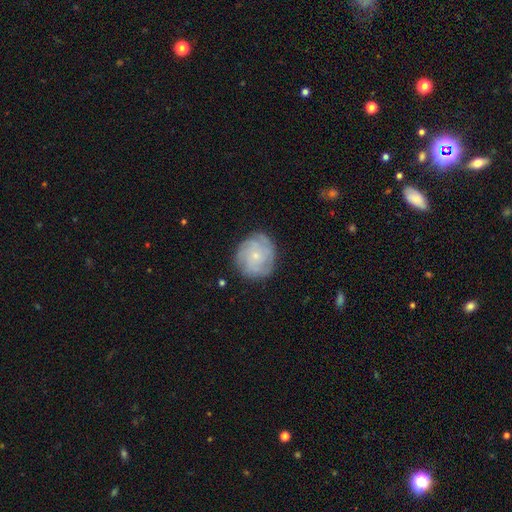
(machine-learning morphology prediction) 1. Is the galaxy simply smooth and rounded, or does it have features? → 61% featured or disk, 31% smooth, 8% star or artifact.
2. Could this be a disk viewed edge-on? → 98% no, 2% yes.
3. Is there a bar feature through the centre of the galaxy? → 82% no, 16% weak, 2% strong.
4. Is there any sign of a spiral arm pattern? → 87% yes, 13% no.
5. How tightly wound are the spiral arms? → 60% tight, 30% medium, 10% loose.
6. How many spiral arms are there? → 39% can't tell, 21% 4, 17% 3, 9% more than 4, 9% 2, 6% 1.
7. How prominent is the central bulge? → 77% small, 18% moderate, 3% none, 1% large, 1% dominant.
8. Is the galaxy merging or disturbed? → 79% none, 15% minor disturbance, 5% major disturbance, 1% merger.